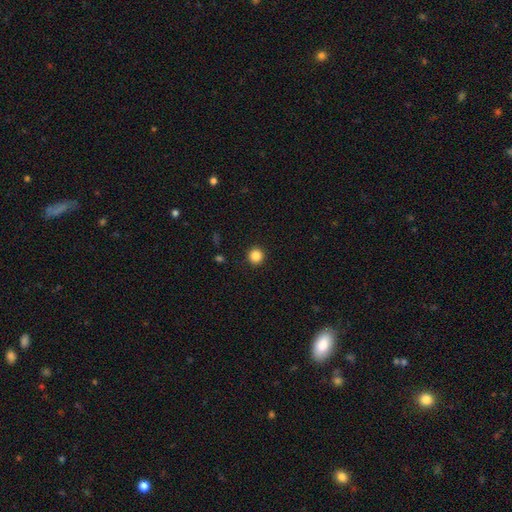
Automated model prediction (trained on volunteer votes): A smooth galaxy with no disk features (86%) that is round (95%). Merging: none (93%).